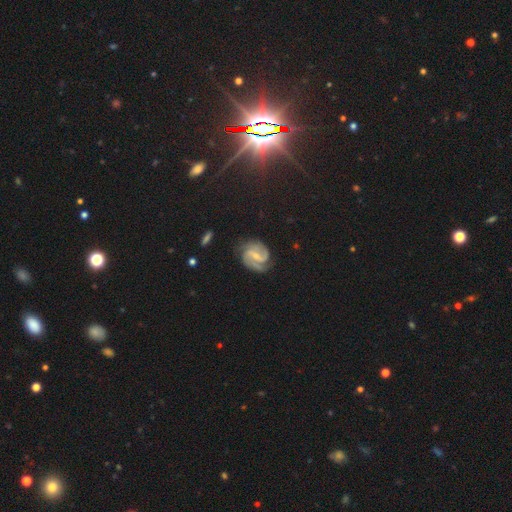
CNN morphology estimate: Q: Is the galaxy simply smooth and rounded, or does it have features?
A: featured or disk — 87%.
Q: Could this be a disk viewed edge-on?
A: no — 98%.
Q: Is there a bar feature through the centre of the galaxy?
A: weak — 51%.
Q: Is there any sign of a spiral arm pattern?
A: yes — 97%.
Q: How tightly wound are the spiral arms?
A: medium — 50%.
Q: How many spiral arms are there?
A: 2 — 71%.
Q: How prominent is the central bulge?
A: small — 62%.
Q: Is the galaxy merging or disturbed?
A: none — 72%.